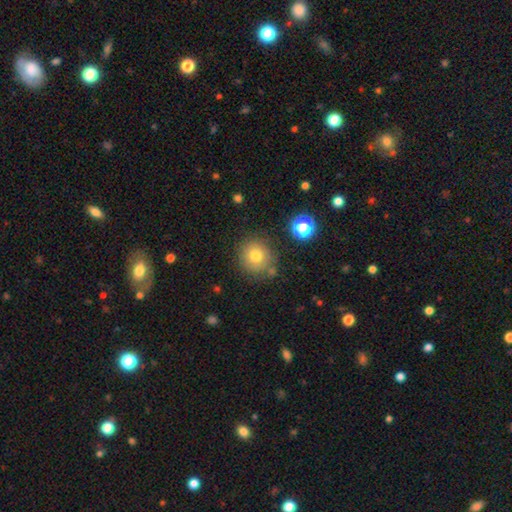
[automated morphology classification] type=smooth (76%); roundness=round (91%); merging=none (80%).